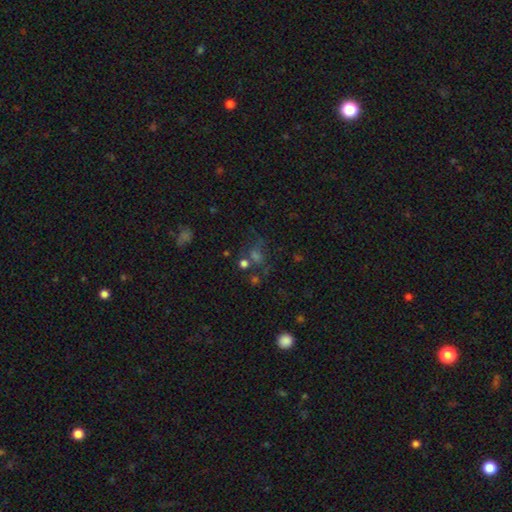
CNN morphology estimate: type=star or artifact (46%).